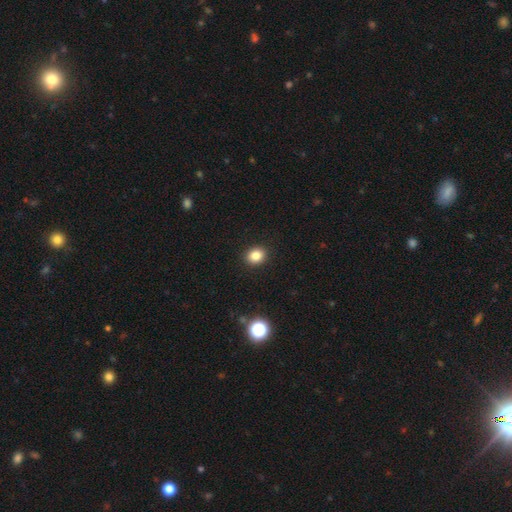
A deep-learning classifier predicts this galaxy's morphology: type=smooth (83%); roundness=round (65%); merging=none (92%).